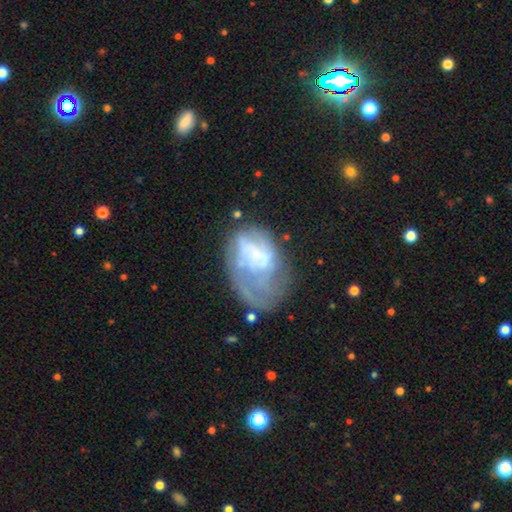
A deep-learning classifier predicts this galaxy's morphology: Smooth or featured? Predicted: featured or disk (p=0.60). Edge-on disk? Predicted: no (p=0.97). Bar? Predicted: no (p=0.74). Spiral arms? Predicted: no (p=0.60). Bulge size? Predicted: none (p=0.50). Merging? Predicted: major disturbance (p=0.40).